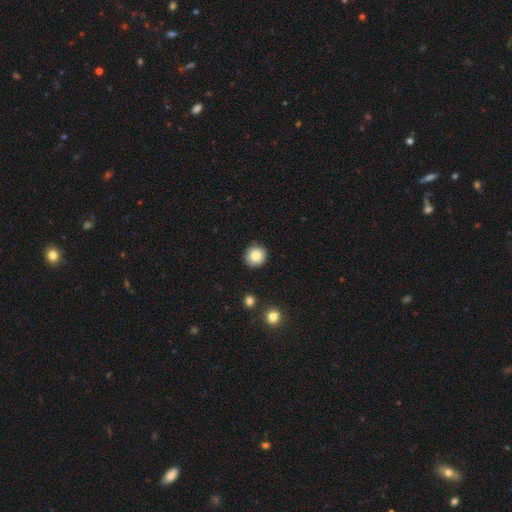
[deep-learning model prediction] This appears to be a smooth galaxy with no disk features (83%) that is round (93%). Merging: none (91%).